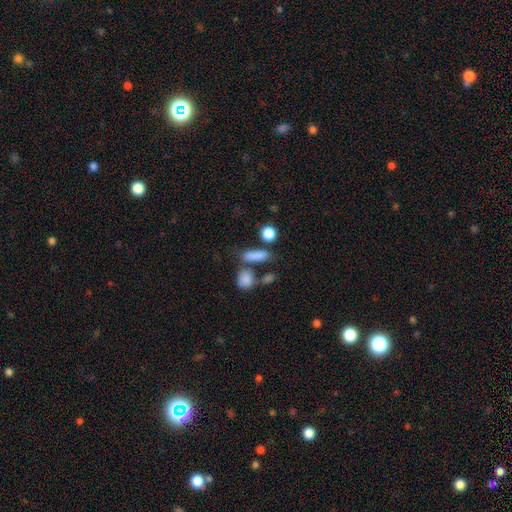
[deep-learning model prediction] Smooth or featured?
  - smooth: 81% *
  - star or artifact: 10%
  - featured or disk: 9%
How rounded?
  - in between: 48% *
  - cigar-shaped: 38%
  - round: 14%
Merging?
  - none: 58% *
  - merger: 22%
  - minor disturbance: 13%
  - major disturbance: 7%